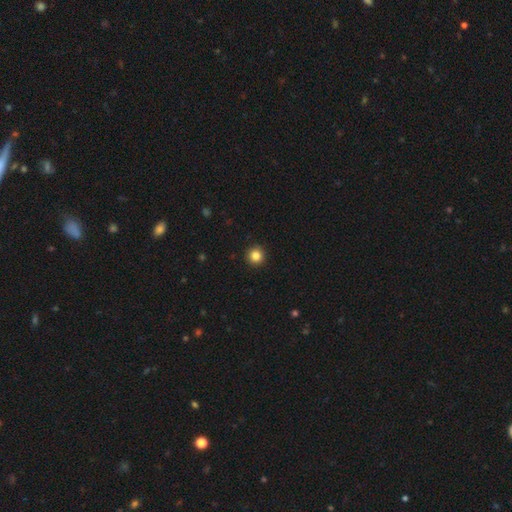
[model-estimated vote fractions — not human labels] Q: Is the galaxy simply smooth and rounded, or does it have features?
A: smooth — 85%.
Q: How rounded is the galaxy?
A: round — 96%.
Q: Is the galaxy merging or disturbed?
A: none — 93%.